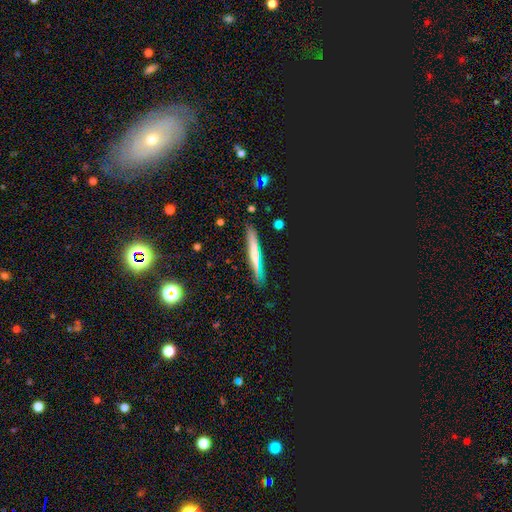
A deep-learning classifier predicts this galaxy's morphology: This is possibly a smooth galaxy (47%). Merging: clearly none (87%).